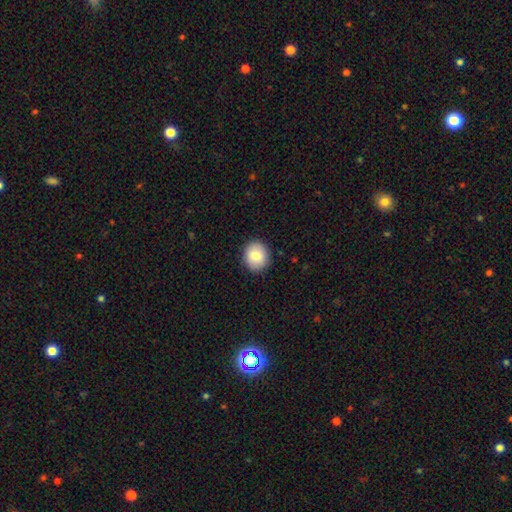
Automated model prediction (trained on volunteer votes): Q: Smooth or featured?
A: smooth (82%); runner-up: featured or disk (11%)
Q: How rounded?
A: round (80%); runner-up: in between (19%)
Q: Merging?
A: none (91%); runner-up: minor disturbance (7%)